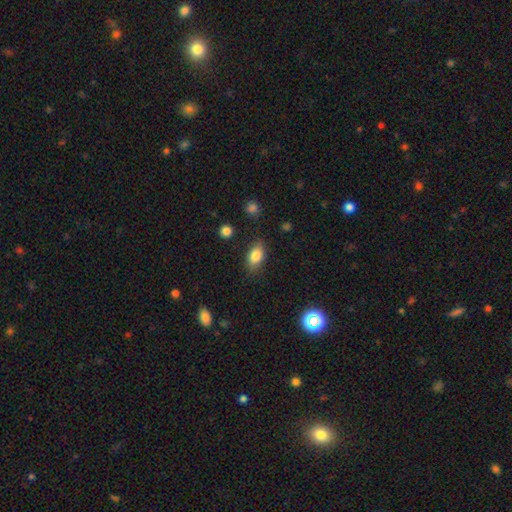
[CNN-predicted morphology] smooth 83%, star or artifact 9%, featured or disk 8%. Down the decision tree: how rounded — in between (86%); merging — none (81%).